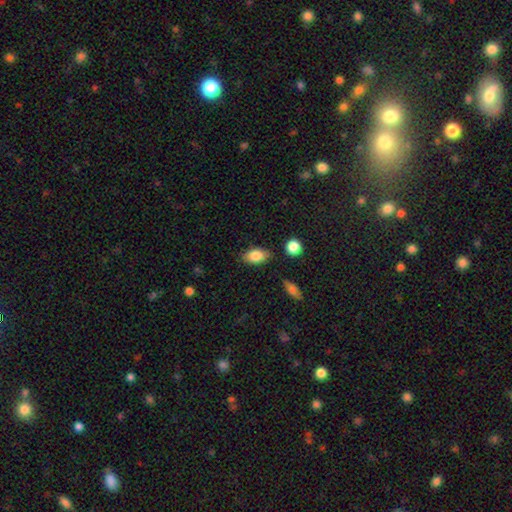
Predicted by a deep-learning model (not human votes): Morphology: type=smooth (84%); roundness=in between (89%); merging=none (80%).